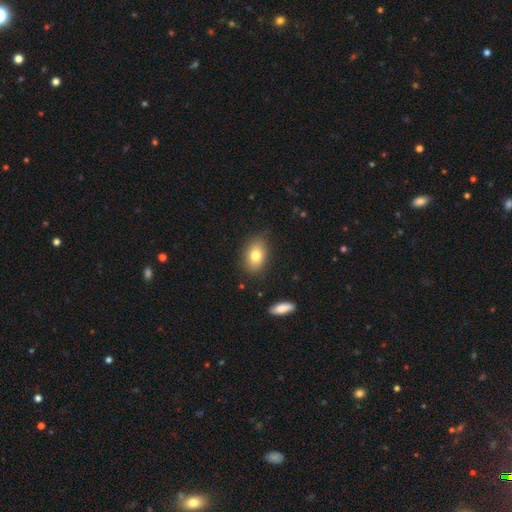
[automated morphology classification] This appears to be a smooth galaxy with no disk features (79%) that is in between round and cigar-shaped (82%). Merging: none (81%).